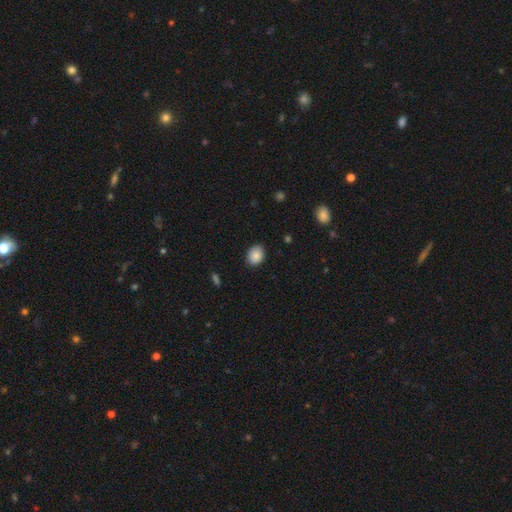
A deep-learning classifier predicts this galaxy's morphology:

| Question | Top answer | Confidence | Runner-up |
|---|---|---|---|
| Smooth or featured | smooth | 87% | star or artifact (8%) |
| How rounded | in between | 58% | round (41%) |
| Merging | none | 86% | minor disturbance (11%) |